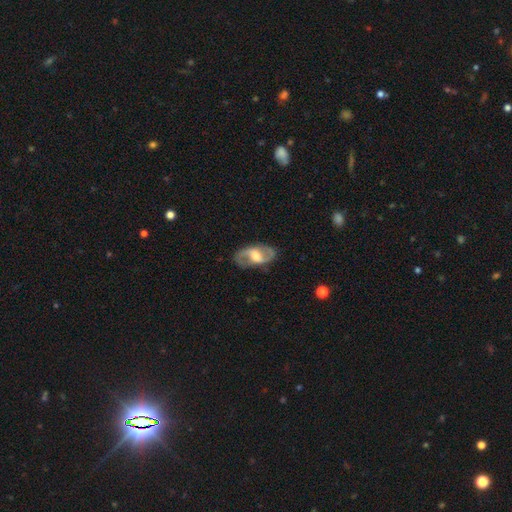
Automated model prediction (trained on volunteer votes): smooth-or-featured: featured or disk: 77% | smooth: 18% | star or artifact: 5%
  disk-edge-on: no: 94% | yes: 6%
    bar: weak: 47% | strong: 29% | no: 24%
    has-spiral-arms: yes: 84% | no: 16%
      spiral-winding: medium: 48% | loose: 36% | tight: 16%
      spiral-arm-count: 2: 90% | can't tell: 5% | 1: 2% | 3: 1% | 4: 1% | more than 4: 1%
    bulge-size: moderate: 55% | large: 24% | small: 15% | none: 3% | dominant: 2%
  merging: none: 81% | minor disturbance: 13% | major disturbance: 5% | merger: 1%